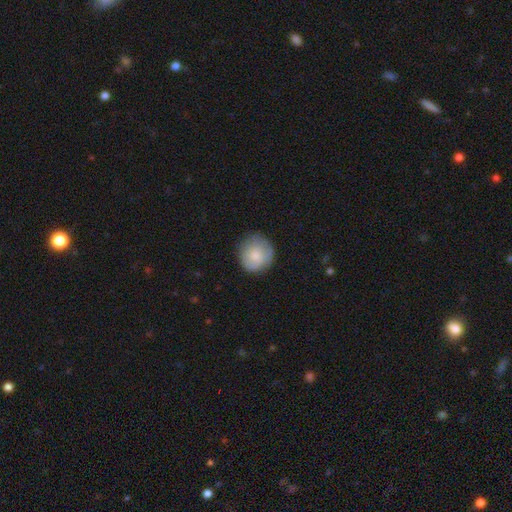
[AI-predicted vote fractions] Smooth or featured? smooth (76%)
How rounded? round (87%)
Merging? none (78%)